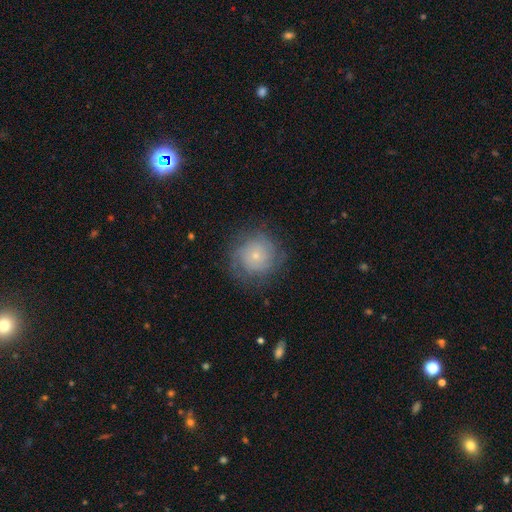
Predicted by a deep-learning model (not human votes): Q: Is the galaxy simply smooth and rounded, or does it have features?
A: smooth — 50%.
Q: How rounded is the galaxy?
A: round — 92%.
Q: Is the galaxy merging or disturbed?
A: none — 75%.